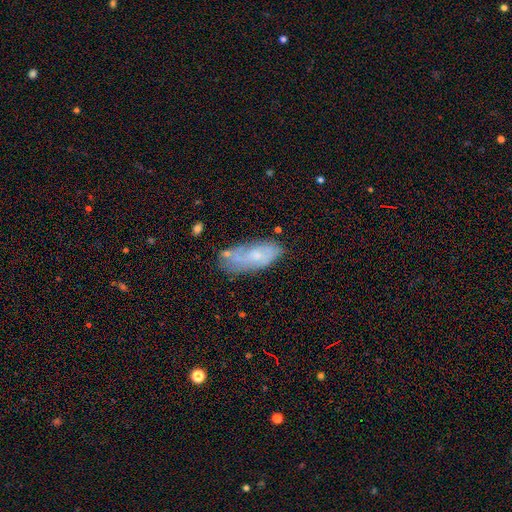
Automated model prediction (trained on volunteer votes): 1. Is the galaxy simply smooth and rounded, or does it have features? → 46% featured or disk, 45% smooth, 8% star or artifact.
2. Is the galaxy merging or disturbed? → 56% none, 27% minor disturbance, 10% major disturbance, 7% merger.